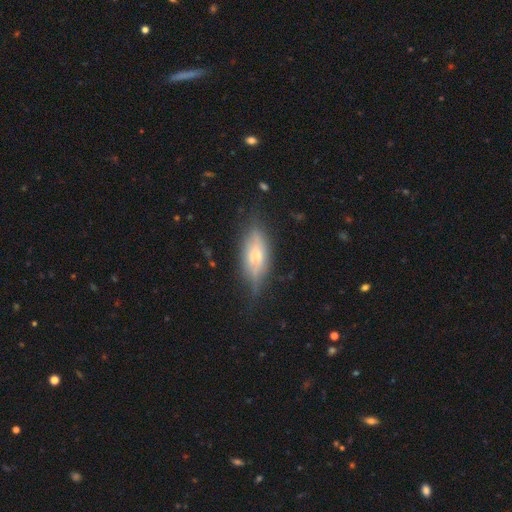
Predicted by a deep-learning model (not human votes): Smooth or featured: featured or disk — 52% (smooth — 40%)
Edge-on disk: yes — 81% (no — 19%)
Merging: none — 68% (minor disturbance — 23%)